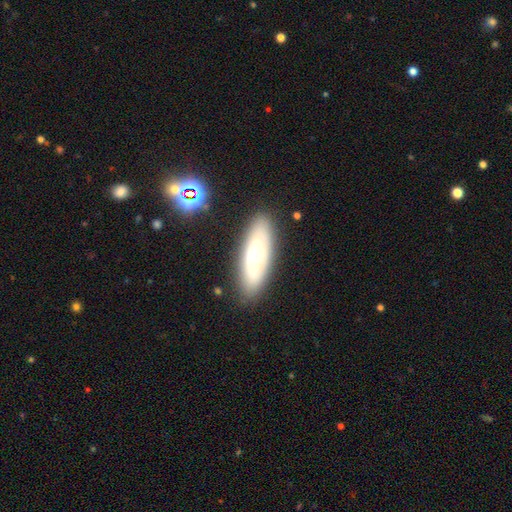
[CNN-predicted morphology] smooth-or-featured: featured or disk: 52% | smooth: 40% | star or artifact: 8%
  disk-edge-on: no: 71% | yes: 29%
  merging: none: 83% | minor disturbance: 12% | major disturbance: 3% | merger: 2%